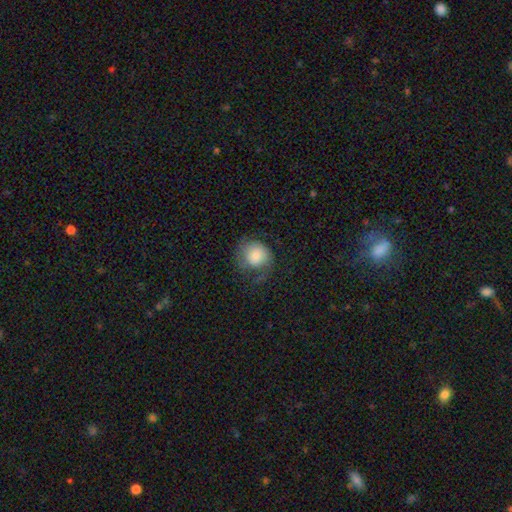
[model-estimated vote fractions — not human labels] A smooth galaxy with no disk features (68%) that is round (83%). Merging: none (51%).